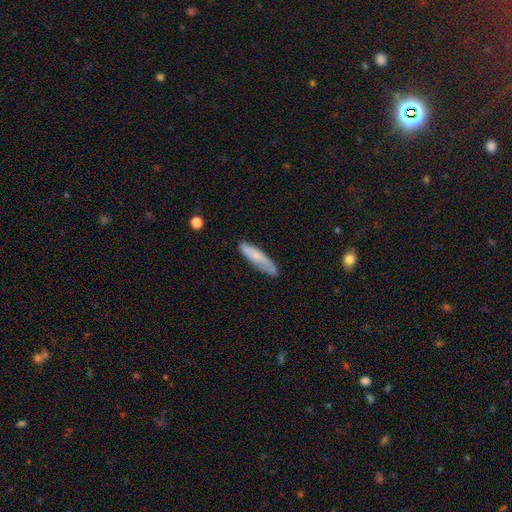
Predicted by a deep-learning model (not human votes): This is likely a smooth galaxy (66%). How rounded: likely cigar-shaped (80%). Merging: likely none (72%).